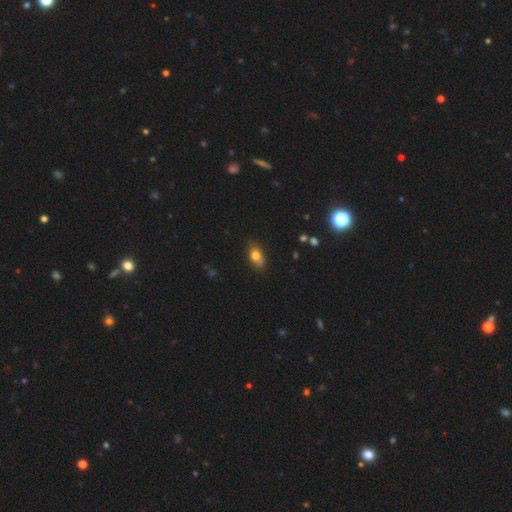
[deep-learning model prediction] This is likely a smooth galaxy (75%). How rounded: clearly in between (80%). Merging: likely none (73%).